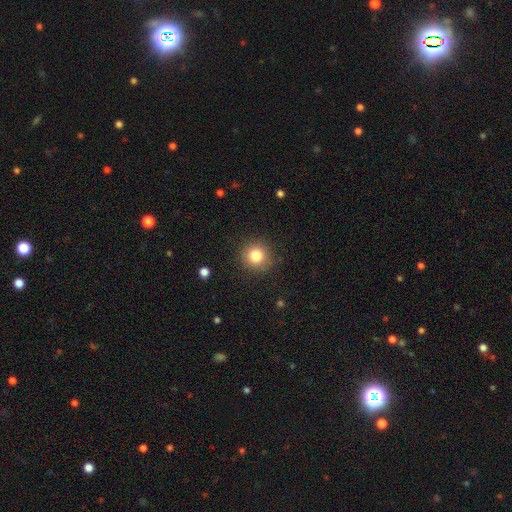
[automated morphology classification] This appears to be a smooth galaxy with no disk features (82%) that is round (93%). Merging: none (89%).